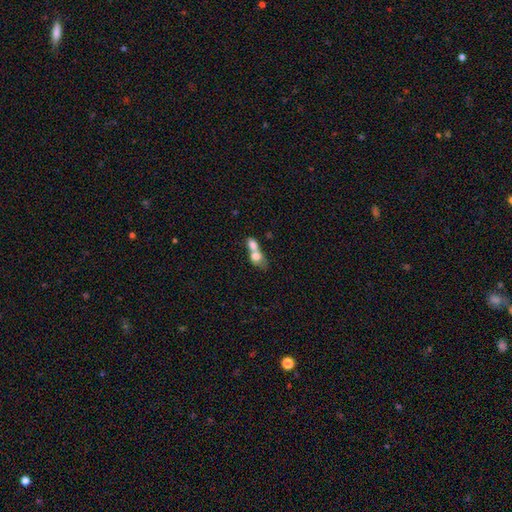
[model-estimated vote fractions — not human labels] Q: Smooth or featured?
A: smooth (70%); runner-up: featured or disk (22%)
Q: How rounded?
A: in between (64%); runner-up: round (32%)
Q: Merging?
A: merger (78%); runner-up: none (12%)